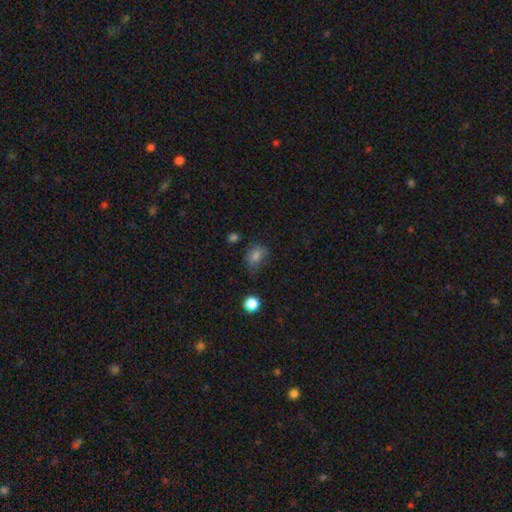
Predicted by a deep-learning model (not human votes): A smooth galaxy with no disk features (77%) that is in between round and cigar-shaped (61%).

Vote fractions:
- Smooth or featured? smooth: 77% / star or artifact: 13% / featured or disk: 9%
- How rounded? in between: 61% / round: 38% / cigar-shaped: 1%
- Merging? none: 56% / minor disturbance: 31% / major disturbance: 10% / merger: 3%